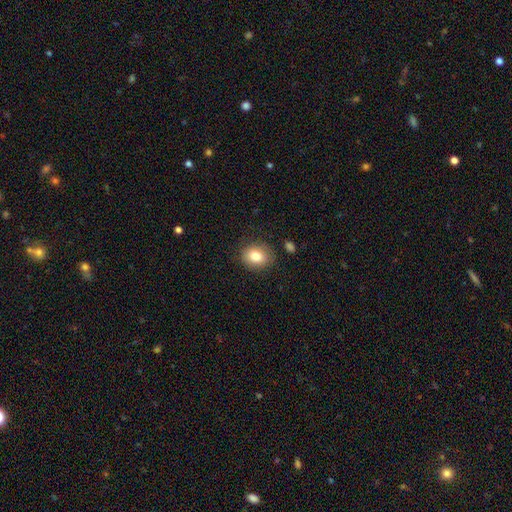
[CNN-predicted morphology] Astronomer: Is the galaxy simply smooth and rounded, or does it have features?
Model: smooth — 81%.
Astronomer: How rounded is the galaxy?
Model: round — 52% (runner-up: in between, 47%).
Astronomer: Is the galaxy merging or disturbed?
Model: none — 83%.